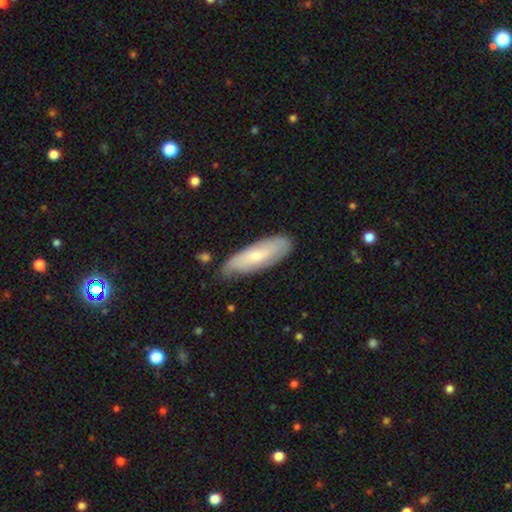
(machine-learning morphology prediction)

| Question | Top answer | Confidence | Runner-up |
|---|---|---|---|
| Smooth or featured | smooth | 52% | featured or disk (42%) |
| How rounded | in between | 56% | cigar-shaped (42%) |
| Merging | none | 75% | minor disturbance (20%) |